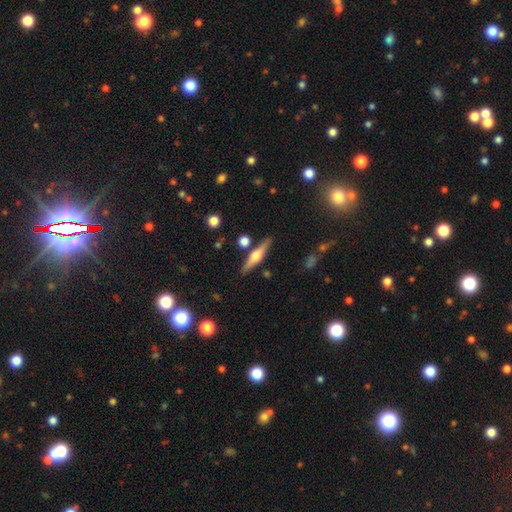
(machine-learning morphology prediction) smooth_or_featured: featured or disk (p=0.65) [alt: smooth p=0.29]
disk_edge_on: yes (p=0.96) [alt: no p=0.04]
edge_on_bulge: rounded (p=0.91) [alt: boxy p=0.06]
merging: none (p=0.84) [alt: minor disturbance p=0.09]